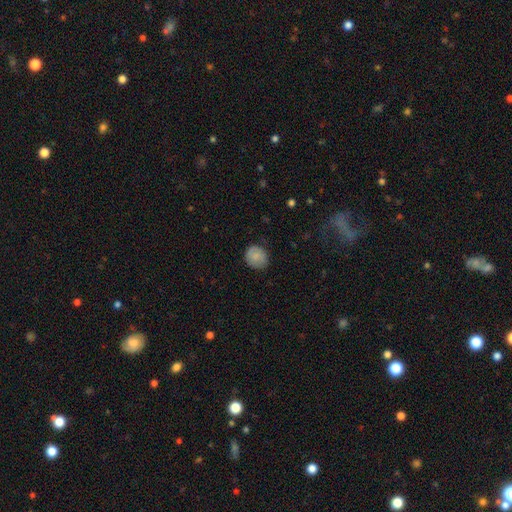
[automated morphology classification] Smooth or featured? smooth (82%)
How rounded? round (79%)
Merging? none (79%)